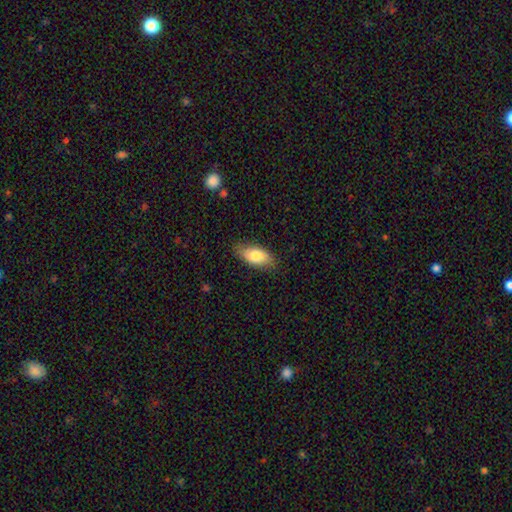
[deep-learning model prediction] This appears to be a smooth galaxy with no disk features (78%) that is in between round and cigar-shaped (89%). Merging: none (82%).